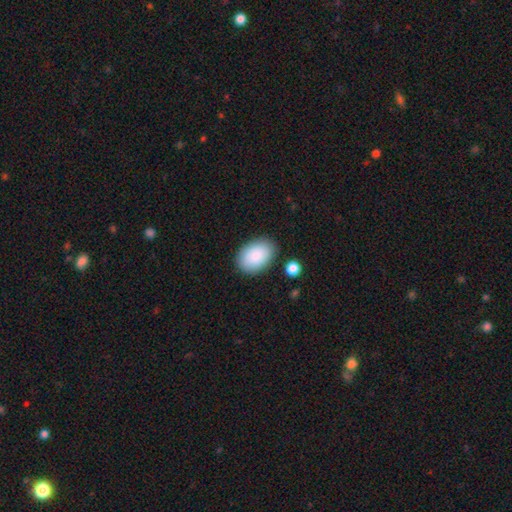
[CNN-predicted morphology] Smooth or featured?
  - smooth: 89% *
  - star or artifact: 6%
  - featured or disk: 5%
How rounded?
  - in between: 90% *
  - round: 9%
  - cigar-shaped: 1%
Merging?
  - none: 84% *
  - minor disturbance: 10%
  - major disturbance: 3%
  - merger: 3%